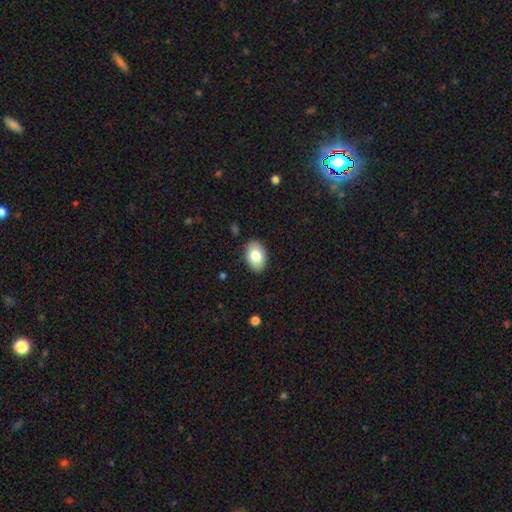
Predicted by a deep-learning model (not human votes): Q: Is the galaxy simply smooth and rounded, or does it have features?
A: smooth — 79%.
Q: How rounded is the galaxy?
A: in between — 85%.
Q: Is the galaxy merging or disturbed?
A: none — 88%.